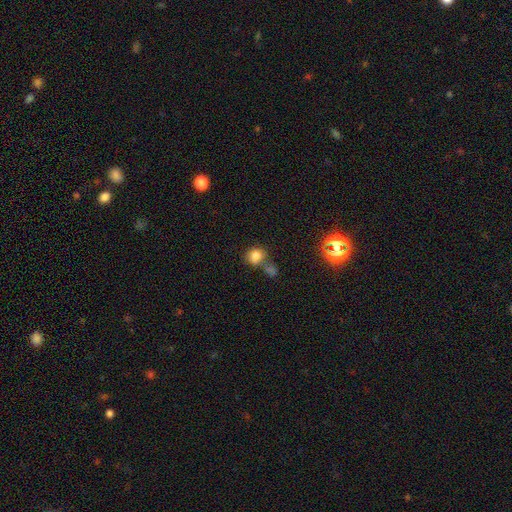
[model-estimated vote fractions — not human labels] smooth 77%, star or artifact 14%, featured or disk 9%. Down the decision tree: how rounded — round (70%); merging — none (46%).